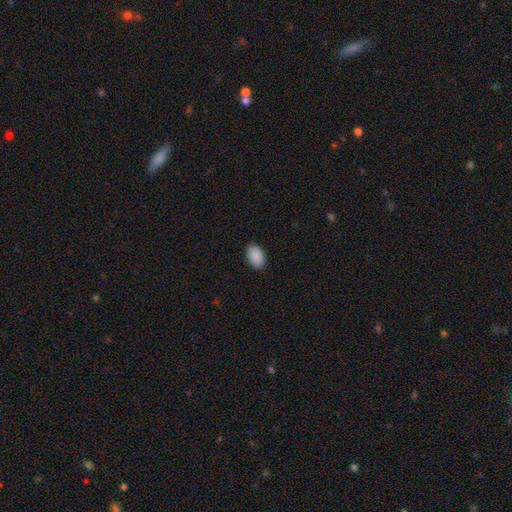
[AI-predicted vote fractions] This is clearly a smooth galaxy (91%). How rounded: clearly in between (91%). Merging: clearly none (89%).